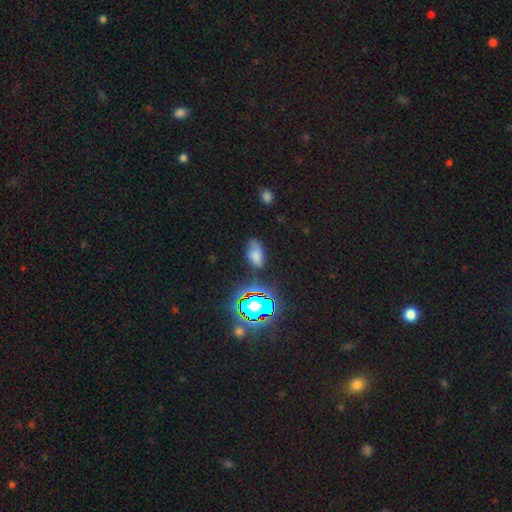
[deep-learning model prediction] Smooth or featured? Predicted: smooth (p=0.61). How rounded? Predicted: in between (p=0.90). Merging? Predicted: none (p=0.59).